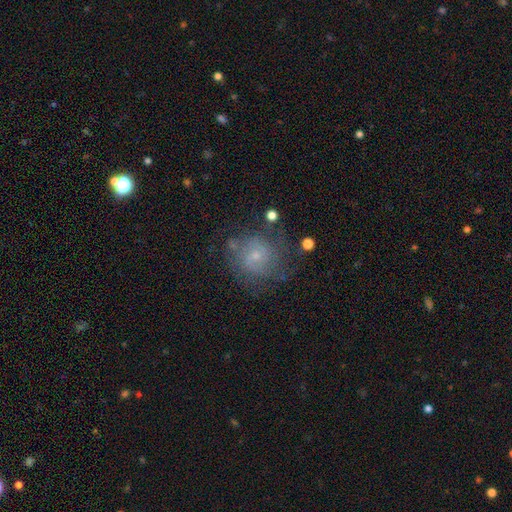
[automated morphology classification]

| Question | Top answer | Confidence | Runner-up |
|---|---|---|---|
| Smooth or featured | featured or disk | 55% | smooth (33%) |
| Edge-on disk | no | 97% | yes (3%) |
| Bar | no | 67% | weak (29%) |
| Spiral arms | yes | 76% | no (24%) |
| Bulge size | small | 72% | moderate (20%) |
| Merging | none | 63% | minor disturbance (20%) |